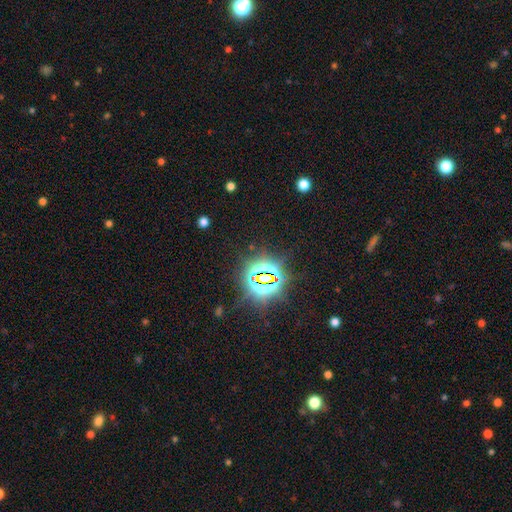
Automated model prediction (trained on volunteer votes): Smooth or featured?
  - star or artifact: 83% *
  - smooth: 10%
  - featured or disk: 6%